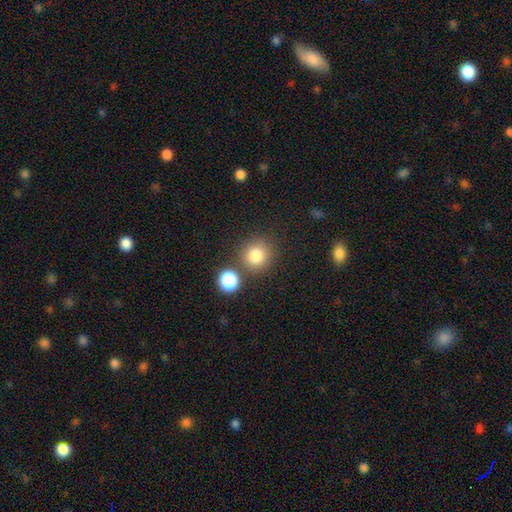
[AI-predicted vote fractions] A smooth galaxy with no disk features (81%) that is round (91%).

Vote fractions:
- Smooth or featured? smooth: 81% / star or artifact: 12% / featured or disk: 6%
- How rounded? round: 91% / in between: 8% / cigar-shaped: 1%
- Merging? none: 76% / merger: 11% / minor disturbance: 9% / major disturbance: 4%